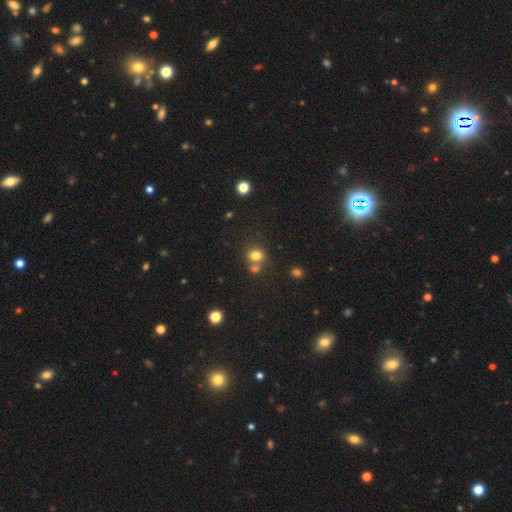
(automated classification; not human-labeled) Smooth or featured: smooth — 77% (star or artifact — 15%)
How rounded: round — 69% (in between — 30%)
Merging: none — 50% (merger — 36%)